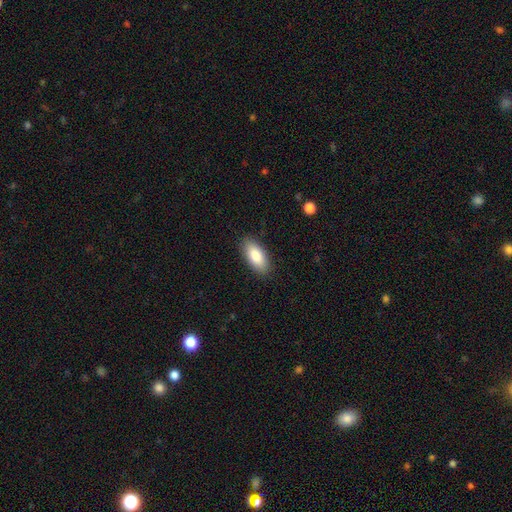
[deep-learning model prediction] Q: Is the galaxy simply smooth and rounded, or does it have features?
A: smooth — 86%.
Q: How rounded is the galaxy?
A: in between — 89%.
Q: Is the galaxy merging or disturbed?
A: none — 88%.